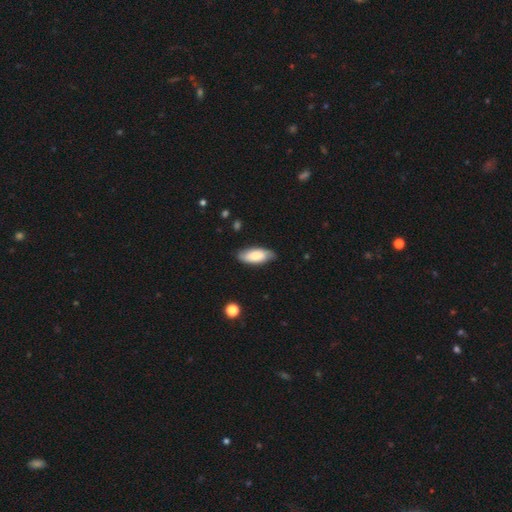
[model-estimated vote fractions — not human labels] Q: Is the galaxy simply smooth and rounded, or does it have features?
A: smooth — 79%.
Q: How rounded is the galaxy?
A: in between — 84%.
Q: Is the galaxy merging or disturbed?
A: none — 82%.